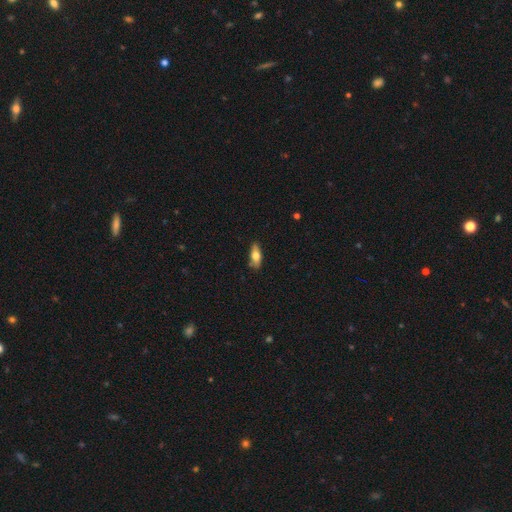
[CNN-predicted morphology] The model was most divided on "smooth or featured": smooth: 71%, featured or disk: 23%, star or artifact: 6%. More confident: merging — none (83%); how rounded — in between (73%).